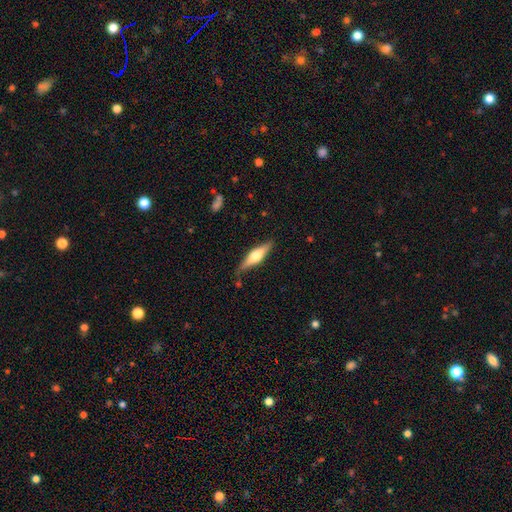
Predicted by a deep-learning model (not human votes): Q: Smooth or featured?
A: featured or disk (54%); runner-up: smooth (41%)
Q: Edge-on disk?
A: yes (94%); runner-up: no (6%)
Q: Edge-on bulge?
A: rounded (91%); runner-up: boxy (6%)
Q: Merging?
A: none (79%); runner-up: minor disturbance (16%)